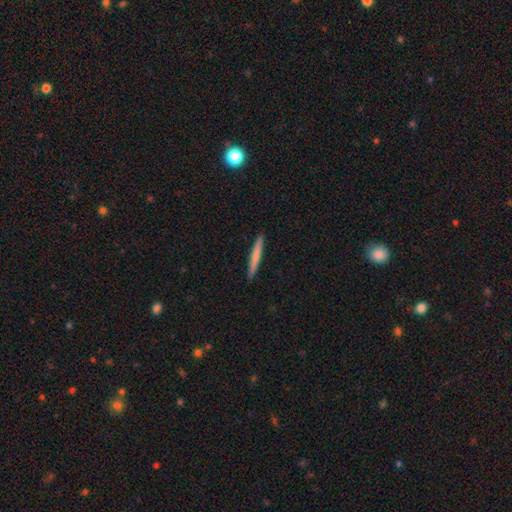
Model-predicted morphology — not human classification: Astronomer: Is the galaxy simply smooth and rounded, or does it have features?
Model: smooth — 71%.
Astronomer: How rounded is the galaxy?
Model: cigar-shaped — 96%.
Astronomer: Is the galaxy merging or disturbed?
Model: none — 92%.